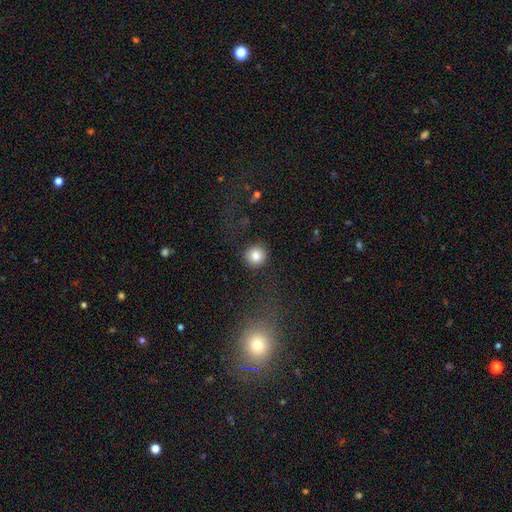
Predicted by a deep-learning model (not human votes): Smooth or featured?
  - smooth: 83% *
  - star or artifact: 10%
  - featured or disk: 7%
How rounded?
  - round: 93% *
  - in between: 6%
  - cigar-shaped: 1%
Merging?
  - none: 88% *
  - minor disturbance: 7%
  - major disturbance: 4%
  - merger: 2%